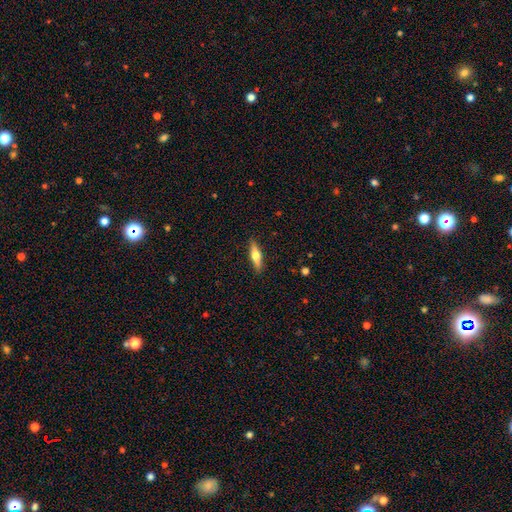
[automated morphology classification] A featured or disk galaxy (53%) viewed edge-on (95%) with a rounded central bulge (93%). Merging: none (90%).